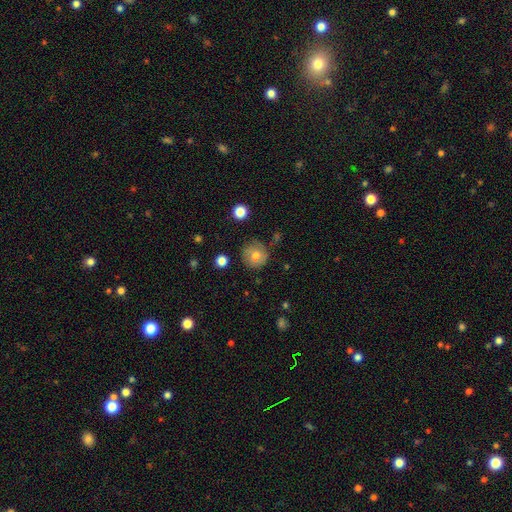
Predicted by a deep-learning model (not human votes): Smooth or featured: smooth — 70% (featured or disk — 21%)
How rounded: round — 91% (in between — 8%)
Merging: none — 74% (minor disturbance — 18%)